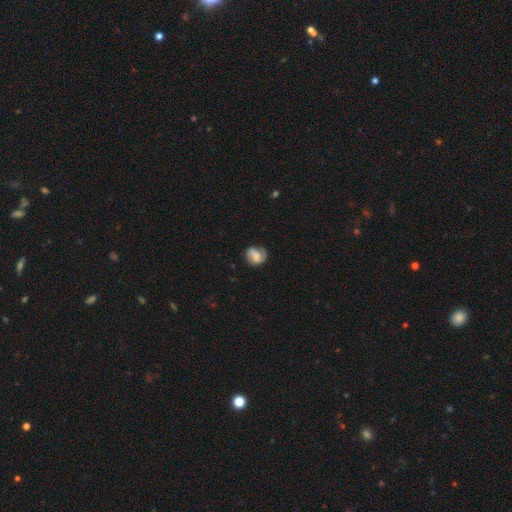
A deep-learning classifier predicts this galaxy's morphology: This appears to be a smooth galaxy with no disk features (54%) that is round (68%). Merging: none (63%).